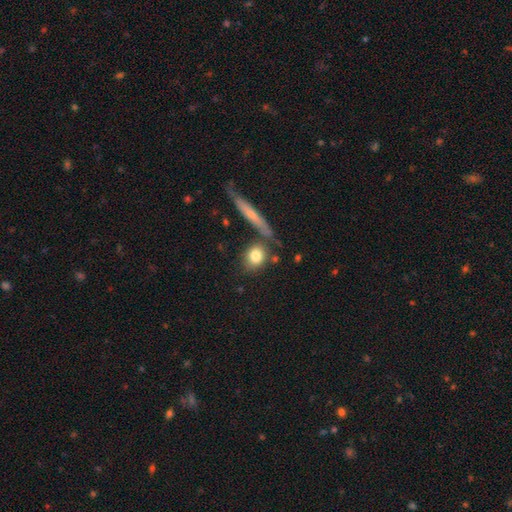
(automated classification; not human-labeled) This appears to be a smooth galaxy with no disk features (79%) that is round (58%). Merging: none (71%).